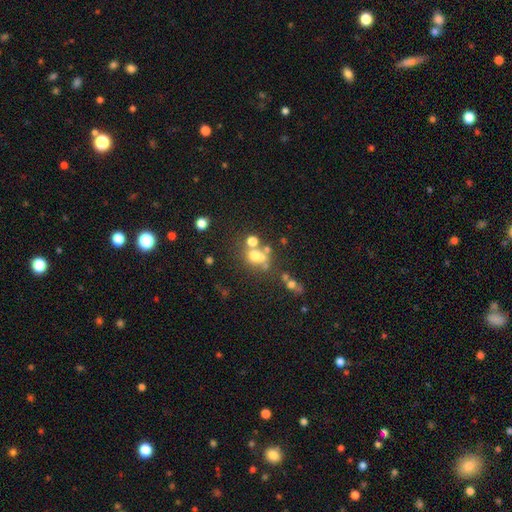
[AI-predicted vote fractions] A smooth galaxy with no disk features (52%) that is round (66%). Merging: merger (41%).